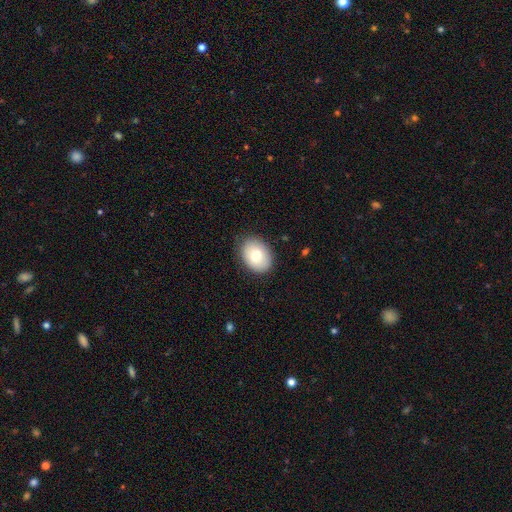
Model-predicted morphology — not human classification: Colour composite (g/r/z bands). It shows a smooth galaxy with no disk features (76%) that is in between round and cigar-shaped (70%). Merging: none (85%).